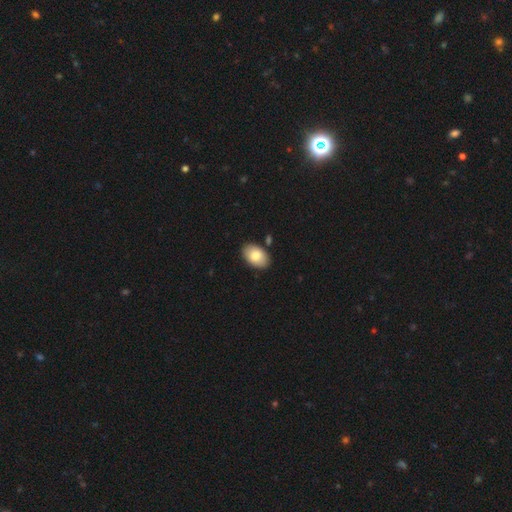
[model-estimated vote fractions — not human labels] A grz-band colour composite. It shows a smooth galaxy with no disk features (83%) that is in between round and cigar-shaped (93%). Merging: none (86%).